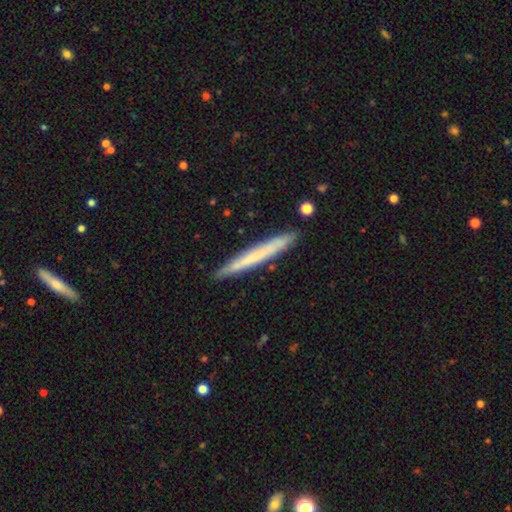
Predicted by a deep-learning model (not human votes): Smooth or featured? smooth (59%)
How rounded? cigar-shaped (97%)
Merging? none (89%)